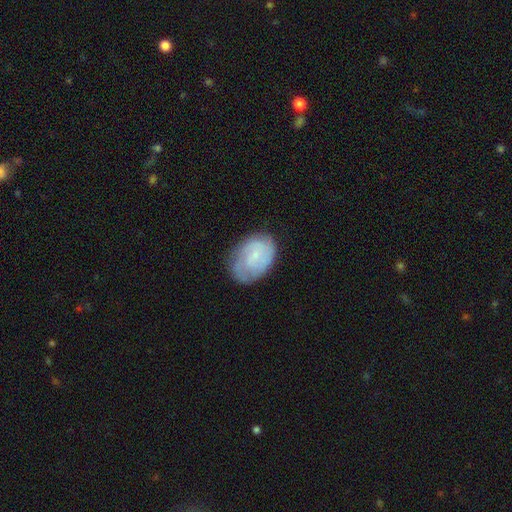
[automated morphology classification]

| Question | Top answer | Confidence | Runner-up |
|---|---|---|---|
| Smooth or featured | featured or disk | 55% | smooth (38%) |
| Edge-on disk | no | 97% | yes (3%) |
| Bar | no | 68% | weak (28%) |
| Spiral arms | yes | 82% | no (18%) |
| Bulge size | small | 74% | moderate (13%) |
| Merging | none | 65% | minor disturbance (24%) |